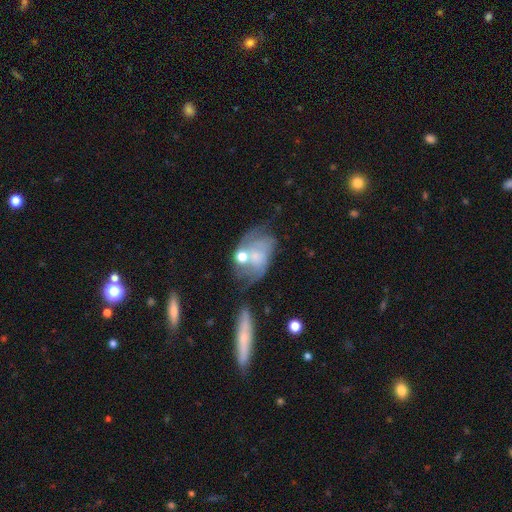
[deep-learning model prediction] Overall: featured or disk (66%; smooth 26%). Edge-on disk: no (96%). Bar: no (74%). Spiral arms: yes (79%). Bulge size: small (48%; moderate 31%). Merging: none (35%; merger 24%).